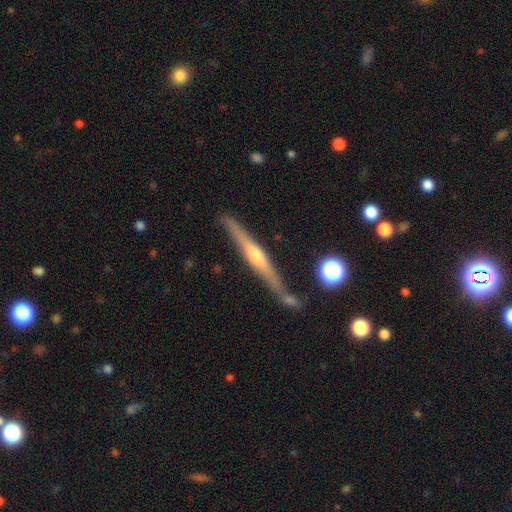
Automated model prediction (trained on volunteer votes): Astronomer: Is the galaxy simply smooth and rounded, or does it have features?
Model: featured or disk — 72%.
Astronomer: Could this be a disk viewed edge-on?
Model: yes — 97%.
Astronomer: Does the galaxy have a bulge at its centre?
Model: rounded — 85%.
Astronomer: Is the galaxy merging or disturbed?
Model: none — 76%.